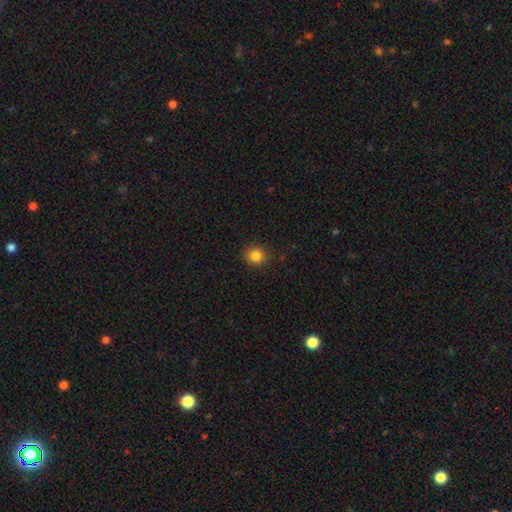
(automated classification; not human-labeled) Q: Smooth or featured?
A: smooth (83%); runner-up: star or artifact (12%)
Q: How rounded?
A: round (89%); runner-up: in between (10%)
Q: Merging?
A: none (90%); runner-up: minor disturbance (7%)